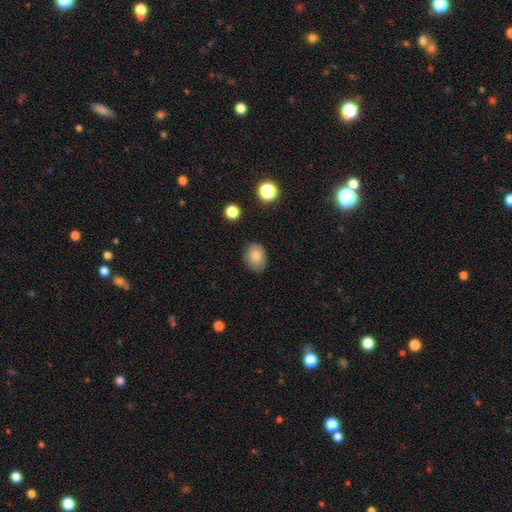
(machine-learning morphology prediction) Smooth or featured? Predicted: smooth (p=0.82). How rounded? Predicted: in between (p=0.64). Merging? Predicted: none (p=0.84).